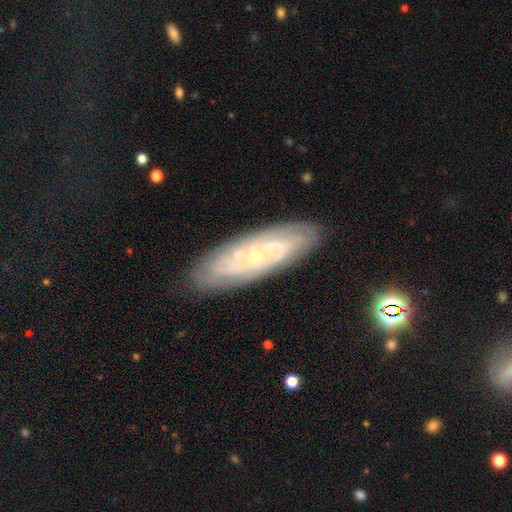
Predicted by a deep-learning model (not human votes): This appears to be a featured or disk galaxy (76%) with no bar (77%), tight (73%) spiral arms (86%) and a small central bulge (80%). Merging: none (84%).